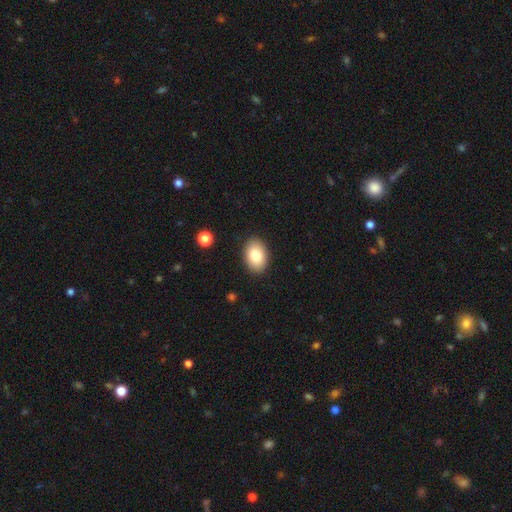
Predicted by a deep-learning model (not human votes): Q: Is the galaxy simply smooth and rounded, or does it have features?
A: smooth — 83%.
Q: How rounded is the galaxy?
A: in between — 86%.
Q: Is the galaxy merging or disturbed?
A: none — 89%.